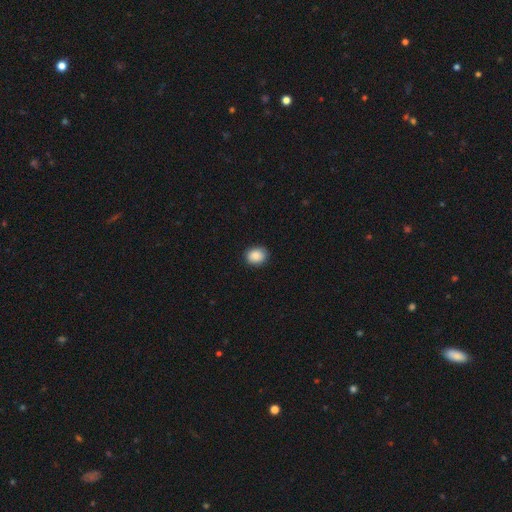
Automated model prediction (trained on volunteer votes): smooth 89%, star or artifact 8%, featured or disk 3%. Down the decision tree: how rounded — round (55%); merging — none (88%).